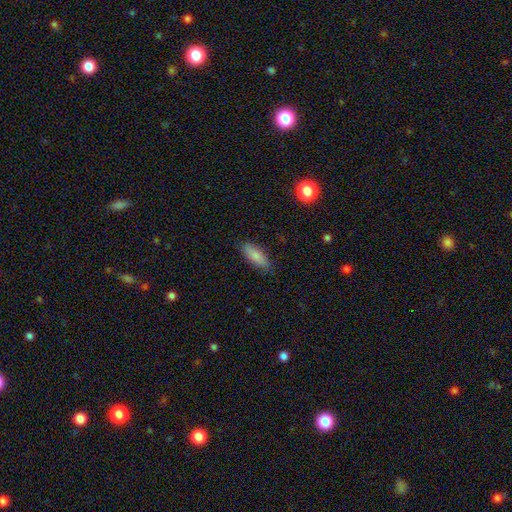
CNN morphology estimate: Smooth or featured? smooth (84%)
How rounded? in between (70%)
Merging? none (85%)